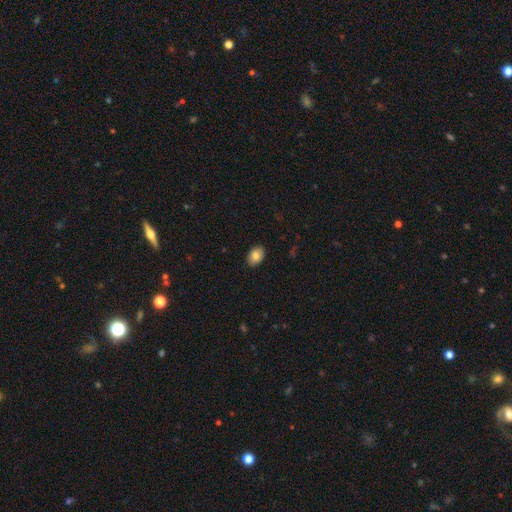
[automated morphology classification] Smooth or featured?
  - smooth: 84% *
  - featured or disk: 9%
  - star or artifact: 7%
How rounded?
  - in between: 85% *
  - round: 14%
  - cigar-shaped: 1%
Merging?
  - none: 89% *
  - minor disturbance: 8%
  - major disturbance: 2%
  - merger: 1%